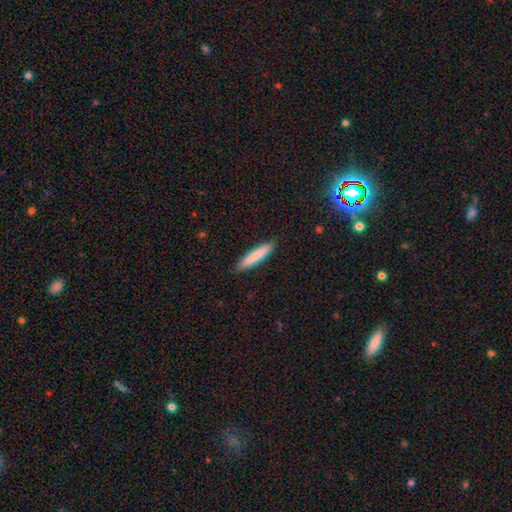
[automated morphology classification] The model was most divided on "smooth or featured": smooth: 83%, featured or disk: 11%, star or artifact: 5%. More confident: merging — none (90%); how rounded — cigar-shaped (90%).